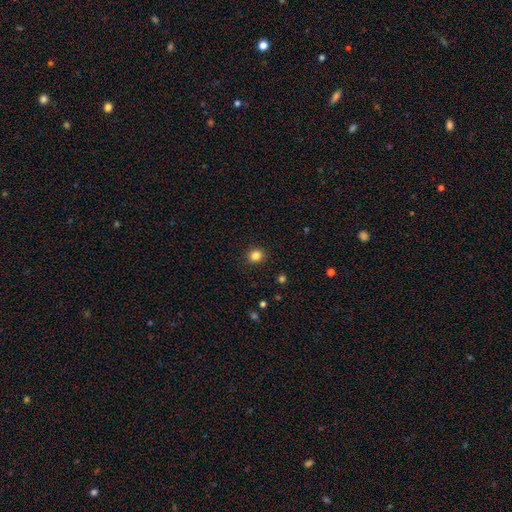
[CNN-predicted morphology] A smooth galaxy with no disk features (84%) that is round (79%). Merging: none (90%).